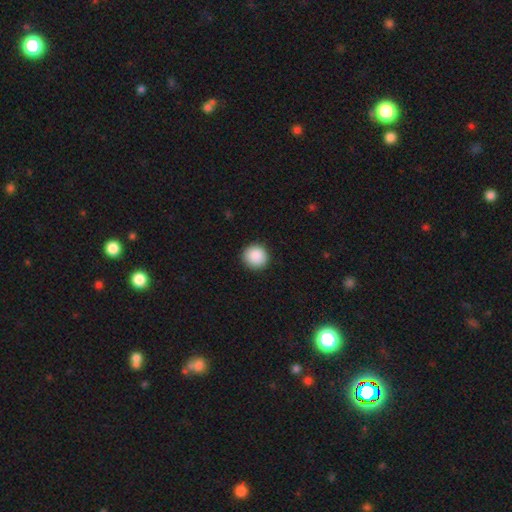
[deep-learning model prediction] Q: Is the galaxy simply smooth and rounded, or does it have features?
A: smooth — 90%.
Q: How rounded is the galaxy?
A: round — 94%.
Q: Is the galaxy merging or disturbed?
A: none — 92%.